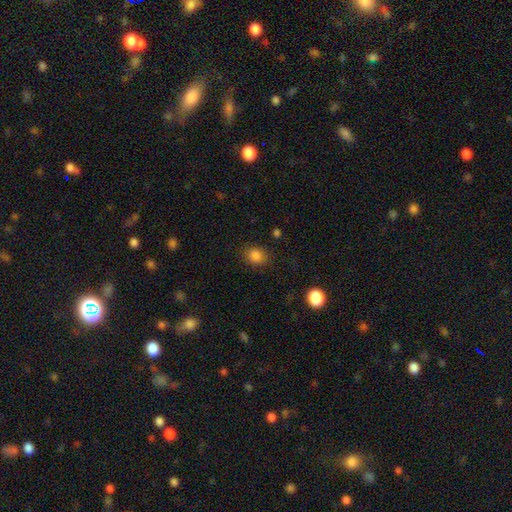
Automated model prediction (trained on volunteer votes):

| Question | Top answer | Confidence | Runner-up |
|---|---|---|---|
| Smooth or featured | smooth | 84% | star or artifact (12%) |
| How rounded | round | 63% | in between (36%) |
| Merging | none | 83% | minor disturbance (11%) |